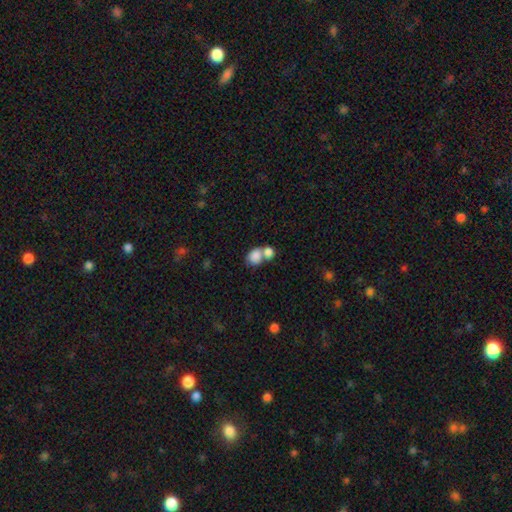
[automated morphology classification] smooth_or_featured: smooth (p=0.83) [alt: featured or disk p=0.09]
how_rounded: in between (p=0.51) [alt: round p=0.48]
merging: merger (p=0.62) [alt: none p=0.27]